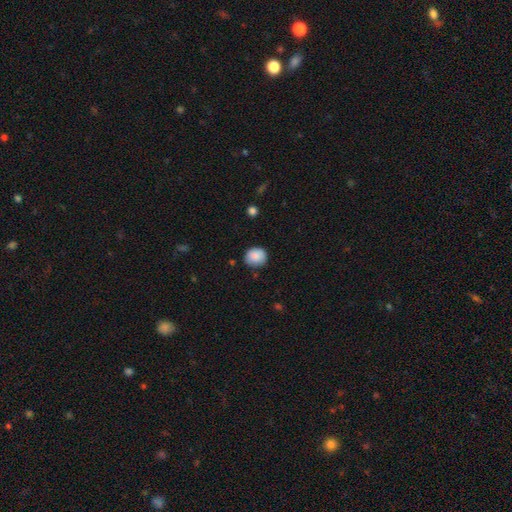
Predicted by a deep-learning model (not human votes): Smooth or featured? Predicted: smooth (p=0.87). How rounded? Predicted: round (p=0.75). Merging? Predicted: none (p=0.79).